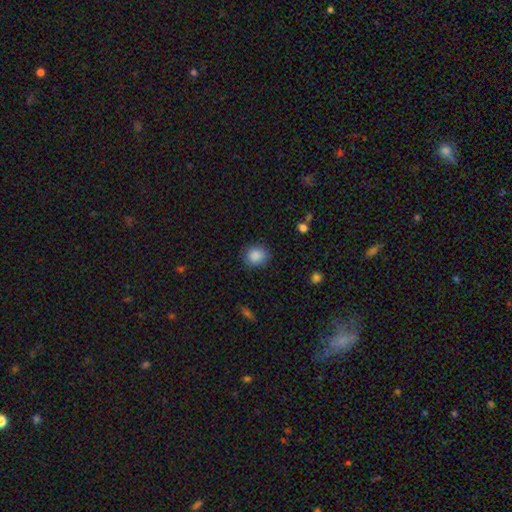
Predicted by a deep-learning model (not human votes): Smooth or featured?
  - smooth: 88% *
  - star or artifact: 9%
  - featured or disk: 3%
How rounded?
  - round: 74% *
  - in between: 25%
  - cigar-shaped: 1%
Merging?
  - none: 85% *
  - minor disturbance: 11%
  - major disturbance: 3%
  - merger: 1%